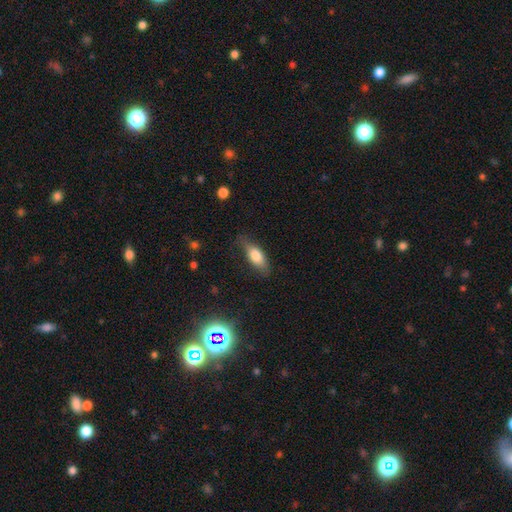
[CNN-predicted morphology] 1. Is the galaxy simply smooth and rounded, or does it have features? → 73% smooth, 19% featured or disk, 8% star or artifact.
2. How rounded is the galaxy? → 74% in between, 23% cigar-shaped, 3% round.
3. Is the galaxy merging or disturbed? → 69% none, 23% minor disturbance, 6% major disturbance, 1% merger.